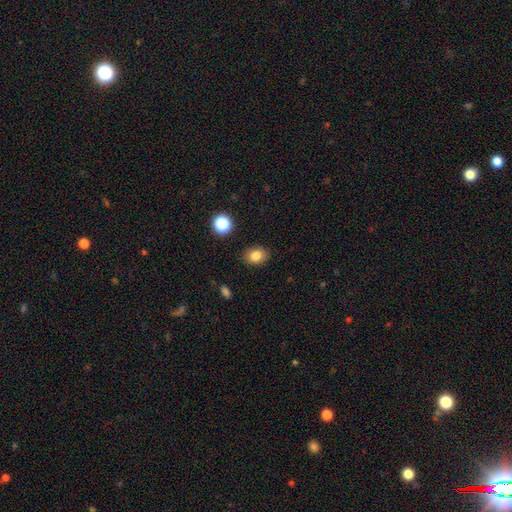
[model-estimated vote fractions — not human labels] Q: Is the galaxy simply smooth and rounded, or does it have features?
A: smooth — 82%.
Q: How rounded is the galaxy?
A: in between — 65%.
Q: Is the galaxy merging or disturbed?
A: none — 87%.